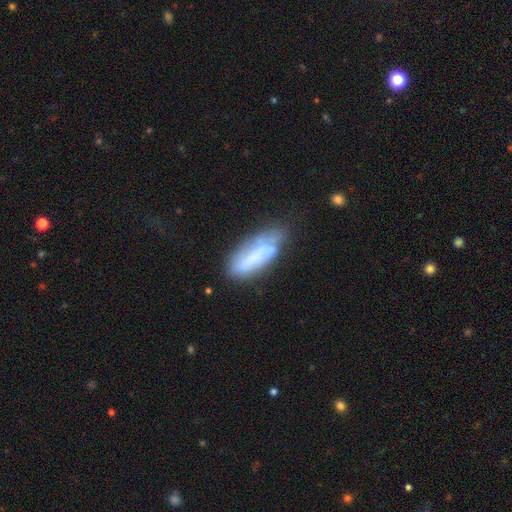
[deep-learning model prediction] A smooth galaxy with no disk features (48%). Merging: none (47%).